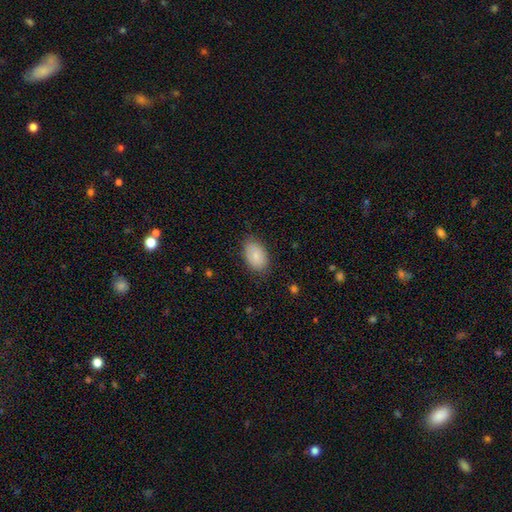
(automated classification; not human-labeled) Q: Smooth or featured?
A: smooth (84%); runner-up: featured or disk (10%)
Q: How rounded?
A: in between (91%); runner-up: round (8%)
Q: Merging?
A: none (81%); runner-up: minor disturbance (15%)